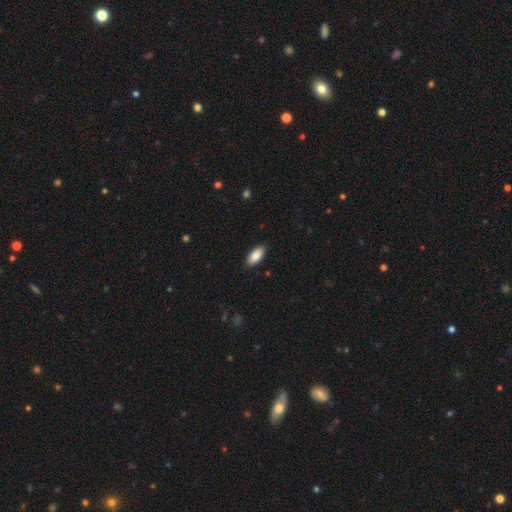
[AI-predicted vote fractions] Overall: smooth (86%). How rounded: in between (90%). Merging: none (89%).